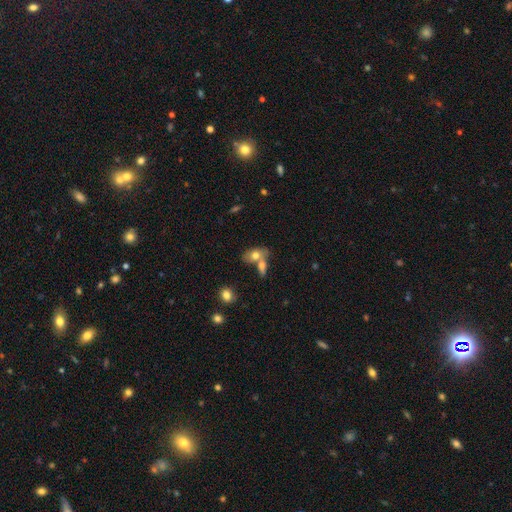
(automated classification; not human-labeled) Smooth or featured? smooth (71%)
How rounded? in between (82%)
Merging? merger (46%)